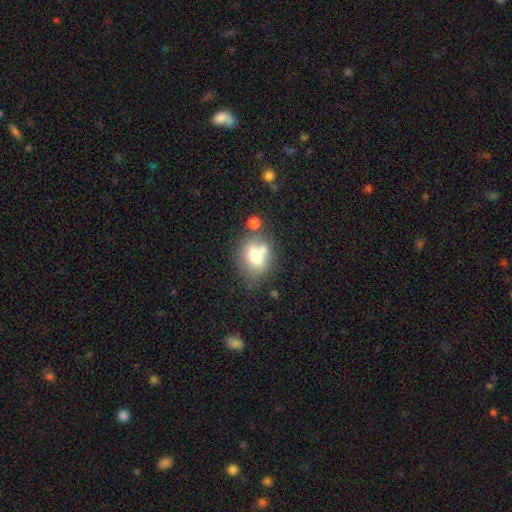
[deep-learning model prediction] smooth 64%, featured or disk 25%, star or artifact 11%. Down the decision tree: how rounded — in between (50%); merging — none (52%).